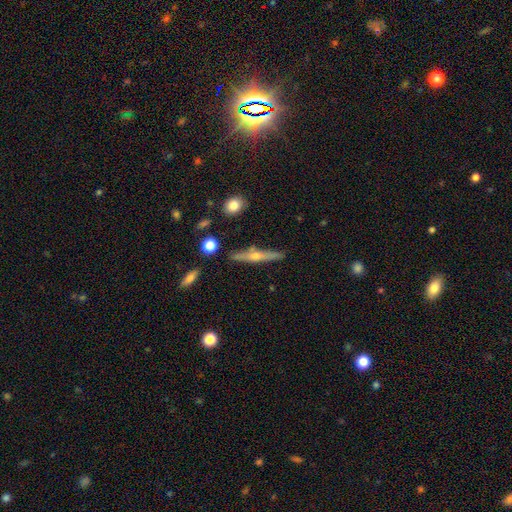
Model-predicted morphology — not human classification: A featured or disk galaxy (67%) viewed edge-on (96%) with a rounded central bulge (88%). Merging: none (86%).